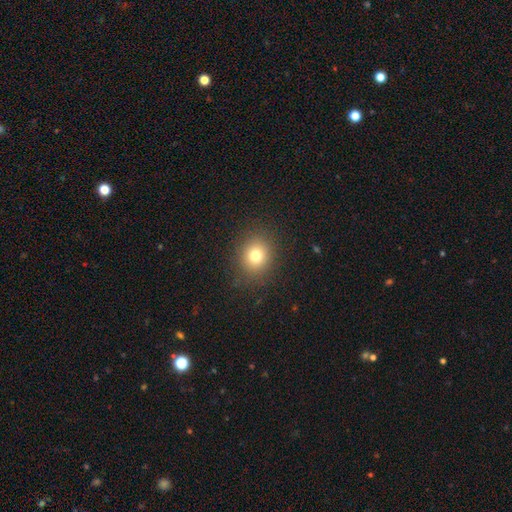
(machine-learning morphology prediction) A smooth galaxy with no disk features (76%) that is round (75%). Merging: none (88%).